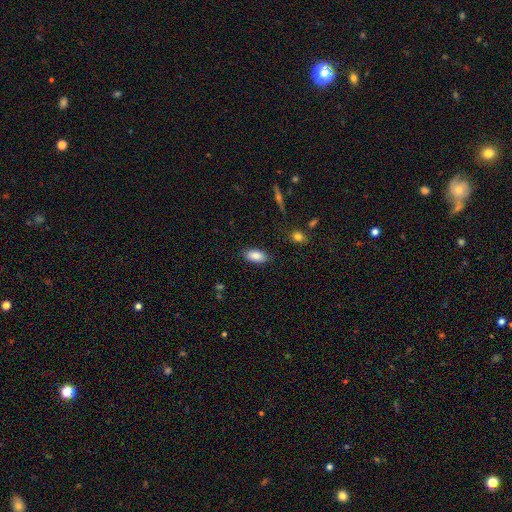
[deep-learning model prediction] Smooth or featured?
  - smooth: 87% *
  - star or artifact: 7%
  - featured or disk: 6%
How rounded?
  - in between: 91% *
  - cigar-shaped: 6%
  - round: 3%
Merging?
  - none: 85% *
  - minor disturbance: 11%
  - major disturbance: 3%
  - merger: 1%